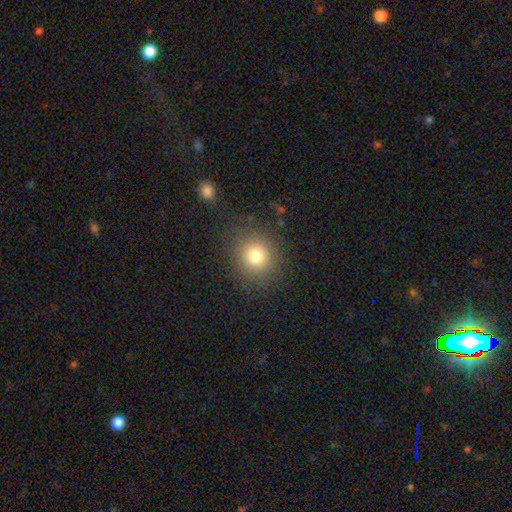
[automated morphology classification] A smooth galaxy with no disk features (77%) that is round (84%).

Vote fractions:
- Smooth or featured? smooth: 77% / star or artifact: 14% / featured or disk: 9%
- How rounded? round: 84% / in between: 15% / cigar-shaped: 1%
- Merging? none: 86% / minor disturbance: 8% / major disturbance: 4% / merger: 1%